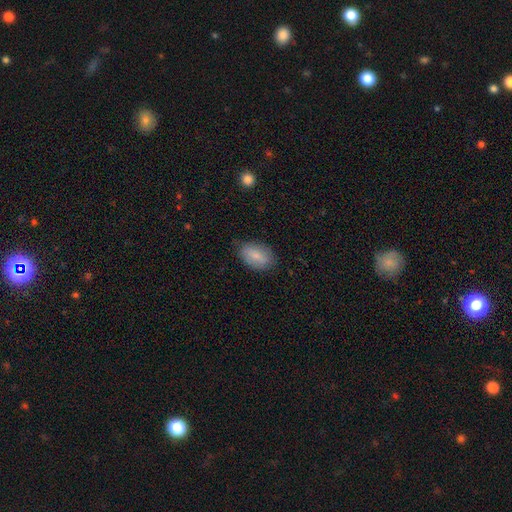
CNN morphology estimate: Smooth or featured: smooth — 80% (featured or disk — 13%)
How rounded: in between — 89% (round — 9%)
Merging: none — 78% (minor disturbance — 17%)